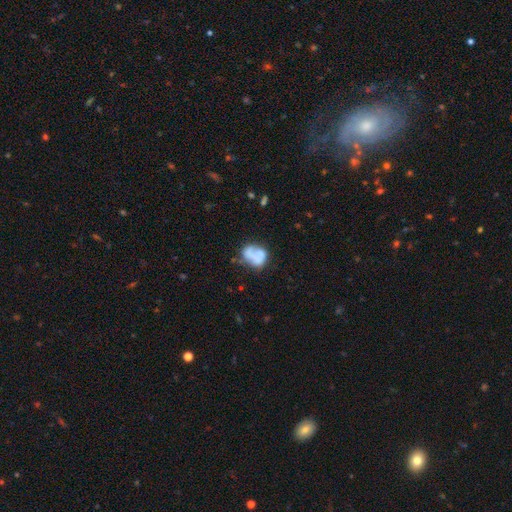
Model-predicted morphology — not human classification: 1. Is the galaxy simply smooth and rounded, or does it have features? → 55% smooth, 37% featured or disk, 9% star or artifact.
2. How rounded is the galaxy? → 59% in between, 40% round, 1% cigar-shaped.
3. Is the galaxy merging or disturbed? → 34% none, 25% minor disturbance, 21% merger, 20% major disturbance.